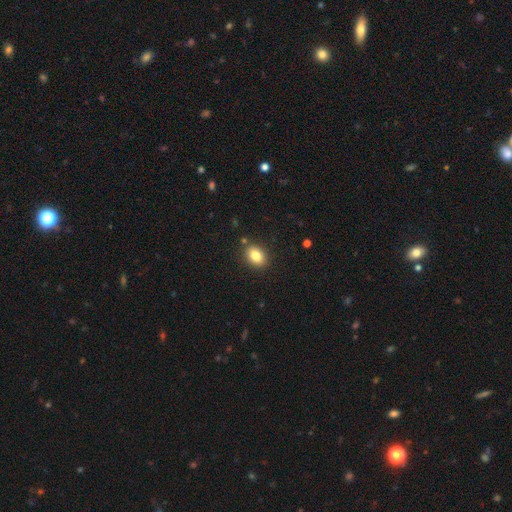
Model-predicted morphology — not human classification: The model was most divided on "how rounded": in between: 76%, round: 23%, cigar-shaped: 1%. More confident: merging — none (86%); smooth or featured — smooth (83%).